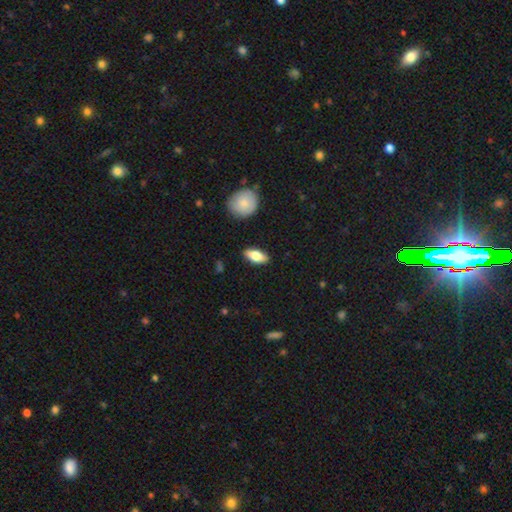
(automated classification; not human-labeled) The model was most divided on "smooth or featured": smooth: 71%, featured or disk: 22%, star or artifact: 6%. More confident: merging — none (88%); how rounded — in between (80%).